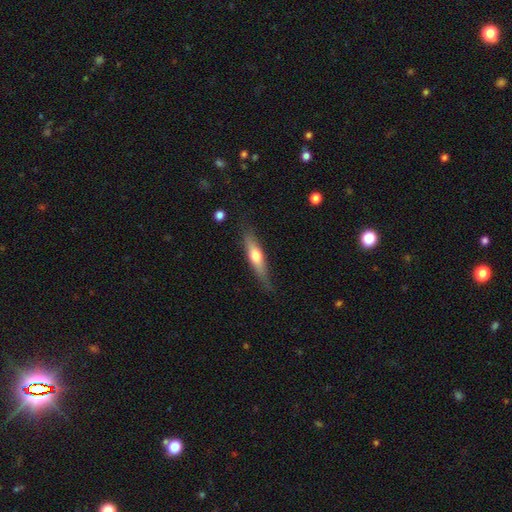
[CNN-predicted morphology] smooth-or-featured: smooth: 51% | featured or disk: 44% | star or artifact: 5%
  how-rounded: cigar-shaped: 77% | in between: 21% | round: 2%
  merging: none: 74% | minor disturbance: 20% | major disturbance: 4% | merger: 2%